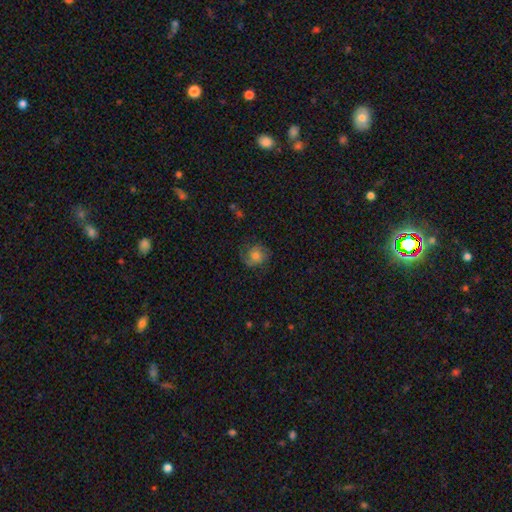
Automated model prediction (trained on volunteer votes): Smooth or featured?
  - smooth: 54% *
  - featured or disk: 36%
  - star or artifact: 10%
How rounded?
  - round: 79% *
  - in between: 20%
  - cigar-shaped: 1%
Merging?
  - none: 65% *
  - minor disturbance: 21%
  - major disturbance: 12%
  - merger: 1%